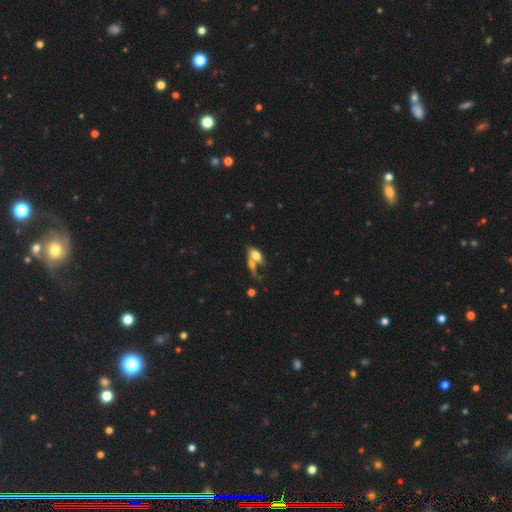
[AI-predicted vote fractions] The model was most divided on "merging": merger: 50%, none: 29%, major disturbance: 11%, minor disturbance: 10%. More confident: how rounded — in between (81%); smooth or featured — smooth (64%).